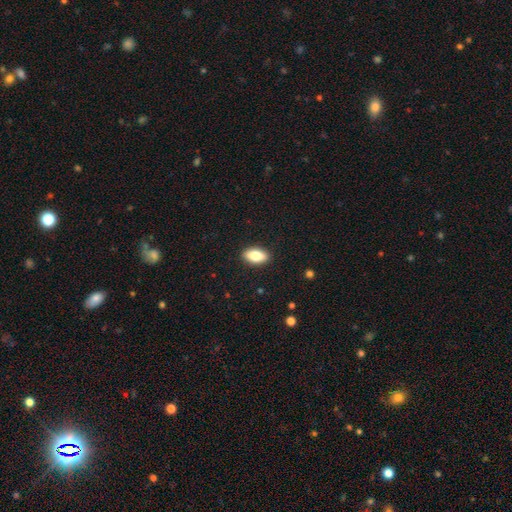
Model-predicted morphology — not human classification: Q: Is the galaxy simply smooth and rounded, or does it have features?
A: smooth — 80%.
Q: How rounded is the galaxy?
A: in between — 90%.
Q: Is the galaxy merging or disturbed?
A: none — 90%.